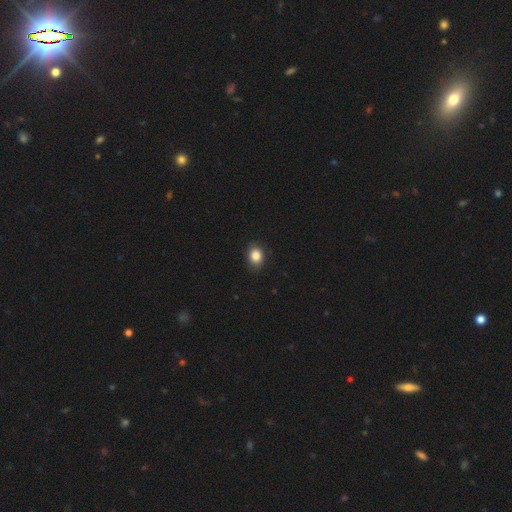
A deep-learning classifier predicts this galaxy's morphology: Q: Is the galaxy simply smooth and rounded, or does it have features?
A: smooth — 85%.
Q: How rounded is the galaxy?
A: in between — 53%.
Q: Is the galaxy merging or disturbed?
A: none — 85%.